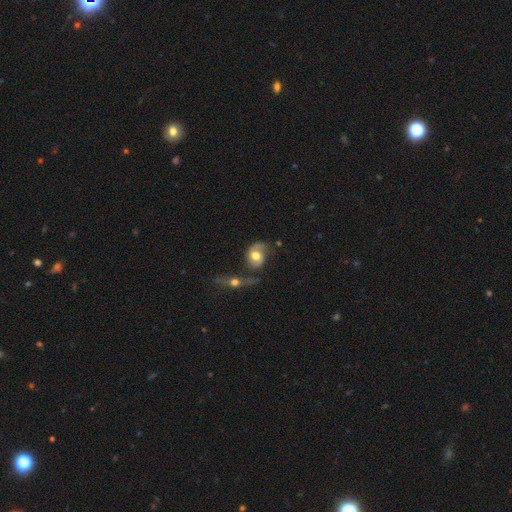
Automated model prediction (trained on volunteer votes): The model was most divided on "smooth or featured": featured or disk: 56%, smooth: 37%, star or artifact: 7%. Remaining: edge-on disk — no (94%); spiral arms — yes (75%); bar — no (70%); bulge size — moderate (65%); merging — none (48%).